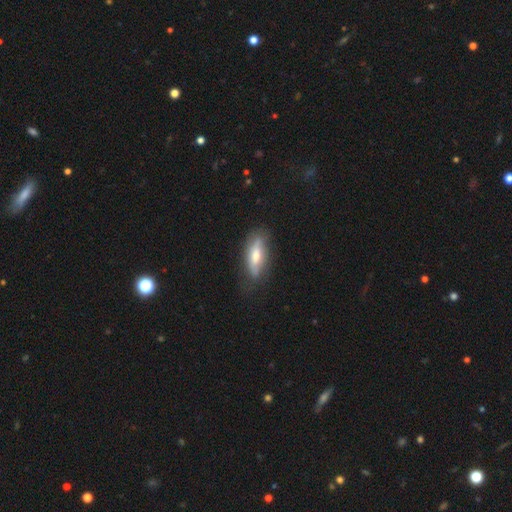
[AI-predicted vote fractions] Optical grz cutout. It shows a smooth galaxy with no disk features (52%) that is in between round and cigar-shaped (61%). Merging: none (72%).